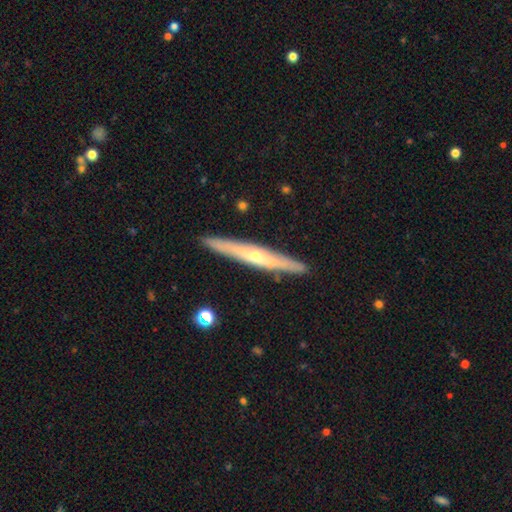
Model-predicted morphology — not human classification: This is likely a featured or disk galaxy (70%). It is clearly viewed edge-on (95%). Edge-on bulge: likely rounded (77%). Merging: clearly none (91%).